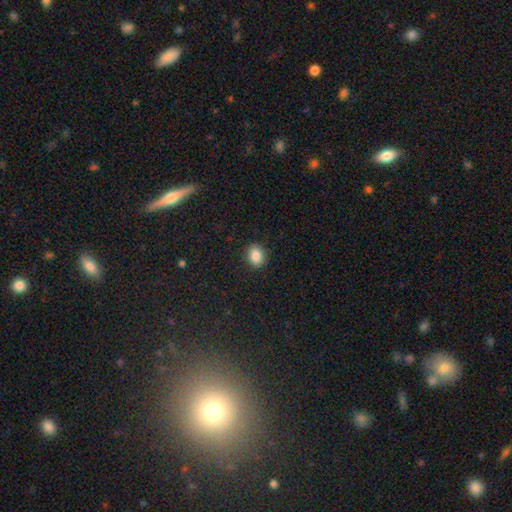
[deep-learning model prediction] smooth-or-featured: smooth: 86% | star or artifact: 9% | featured or disk: 5%
  how-rounded: in between: 59% | round: 40% | cigar-shaped: 1%
  merging: none: 89% | minor disturbance: 8% | major disturbance: 2% | merger: 1%